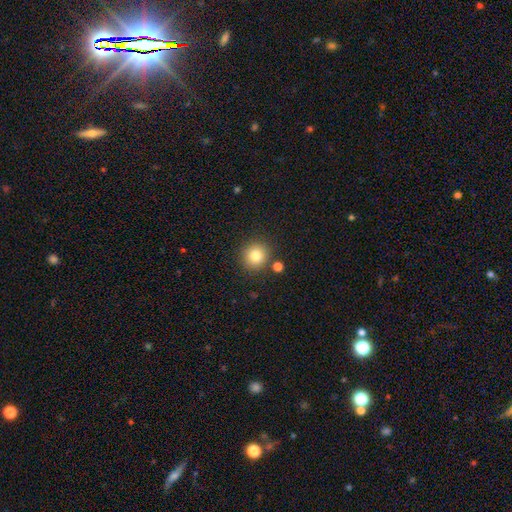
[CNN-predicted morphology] This is clearly a smooth galaxy (81%). How rounded: clearly round (90%). Merging: clearly none (85%).